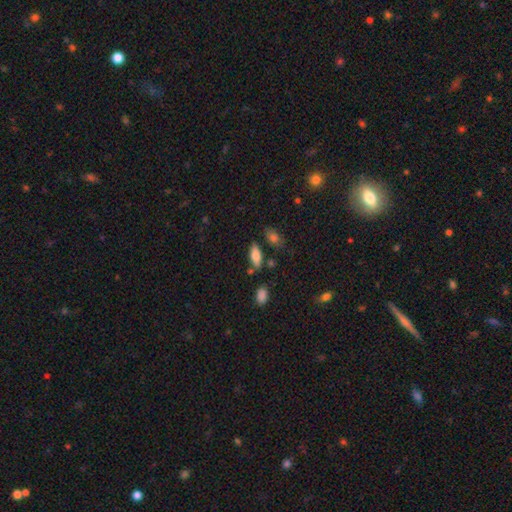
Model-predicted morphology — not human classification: Smooth or featured: smooth — 78% (featured or disk — 14%)
How rounded: in between — 78% (cigar-shaped — 19%)
Merging: none — 75% (minor disturbance — 14%)